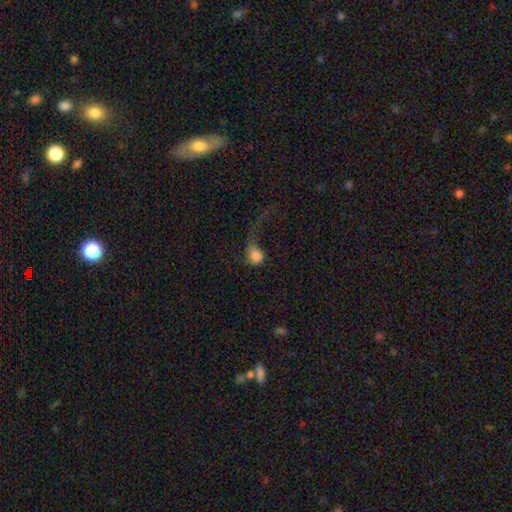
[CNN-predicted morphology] Smooth or featured? Predicted: smooth (p=0.72). How rounded? Predicted: in between (p=0.51). Merging? Predicted: major disturbance (p=0.65).